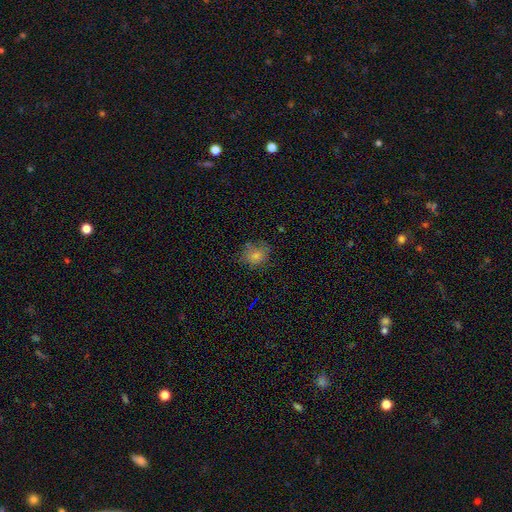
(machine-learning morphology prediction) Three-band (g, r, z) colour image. It shows a smooth galaxy with no disk features (67%) that is round (66%). Merging: none (70%).